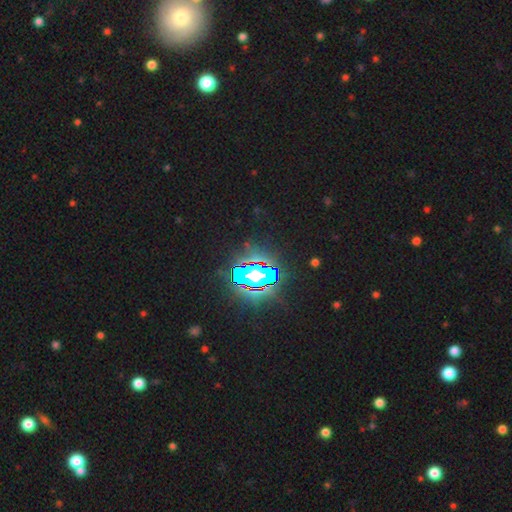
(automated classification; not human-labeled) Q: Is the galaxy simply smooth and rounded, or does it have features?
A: star or artifact — 81%.